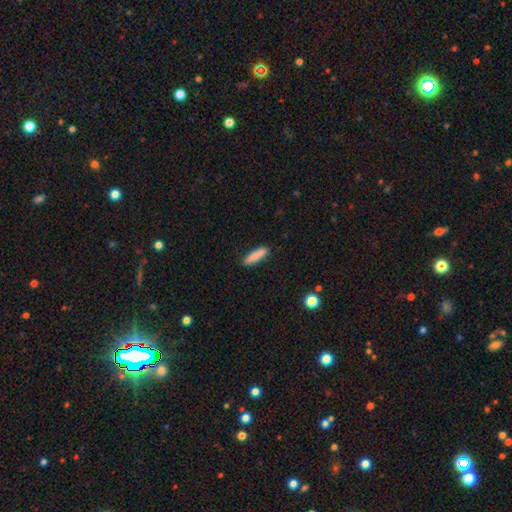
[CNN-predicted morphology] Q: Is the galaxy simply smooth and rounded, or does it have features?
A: smooth — 84%.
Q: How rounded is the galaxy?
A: cigar-shaped — 75%.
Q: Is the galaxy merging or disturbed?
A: none — 88%.